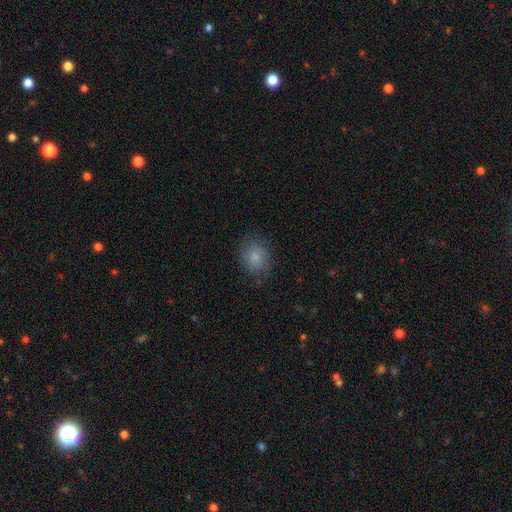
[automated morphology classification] Smooth or featured? smooth (75%)
How rounded? round (60%)
Merging? none (81%)